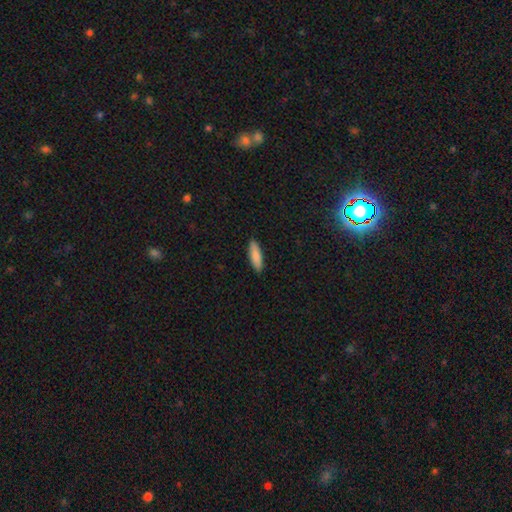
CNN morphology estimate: A smooth galaxy with no disk features (87%) that is cigar-shaped (59%).

Vote fractions:
- Smooth or featured? smooth: 87% / featured or disk: 8% / star or artifact: 6%
- How rounded? cigar-shaped: 59% / in between: 39% / round: 2%
- Merging? none: 90% / minor disturbance: 7% / major disturbance: 2% / merger: 1%